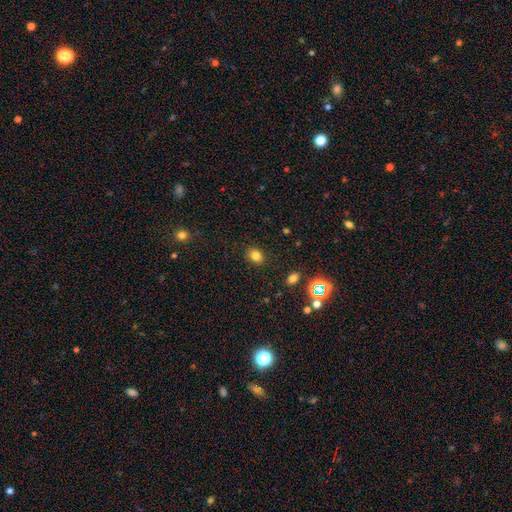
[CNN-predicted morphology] A smooth galaxy with no disk features (81%) that is in between round and cigar-shaped (60%).

Vote fractions:
- Smooth or featured? smooth: 81% / star or artifact: 13% / featured or disk: 6%
- How rounded? in between: 60% / round: 39% / cigar-shaped: 1%
- Merging? none: 87% / minor disturbance: 9% / major disturbance: 3% / merger: 2%